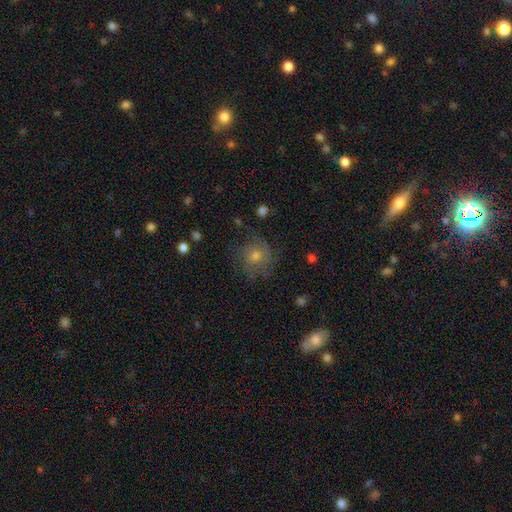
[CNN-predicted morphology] featured or disk 47%, smooth 34%, star or artifact 18%. Down the decision tree: merging — none (76%).